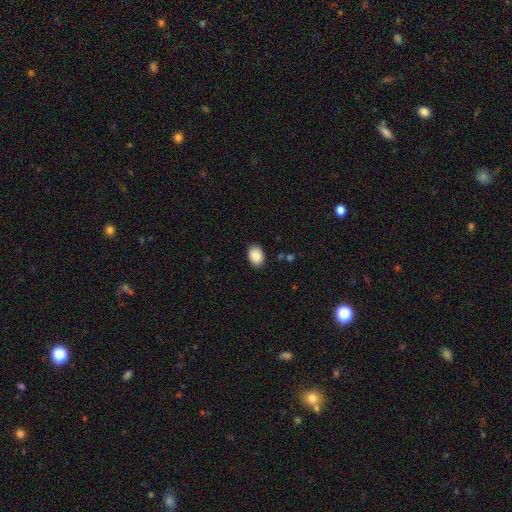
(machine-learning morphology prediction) Smooth or featured? Predicted: smooth (p=0.90). How rounded? Predicted: in between (p=0.78). Merging? Predicted: none (p=0.85).